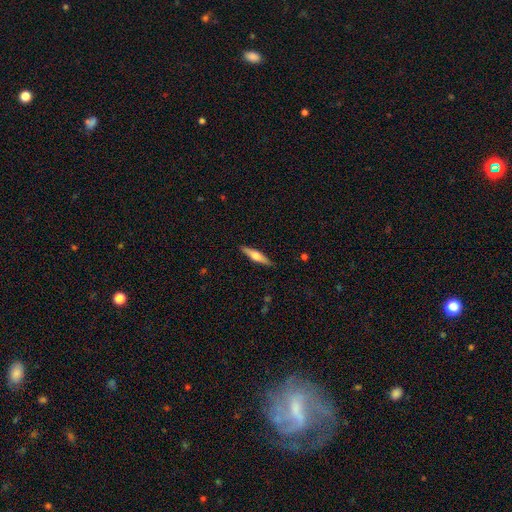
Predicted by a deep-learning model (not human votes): smooth_or_featured: featured or disk (p=0.48) [alt: smooth p=0.46]
merging: none (p=0.89) [alt: minor disturbance p=0.08]